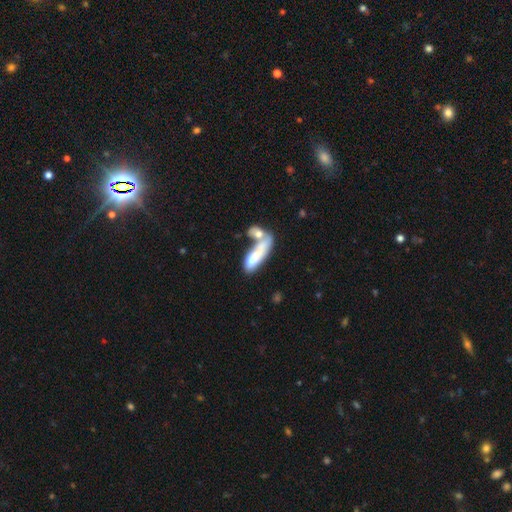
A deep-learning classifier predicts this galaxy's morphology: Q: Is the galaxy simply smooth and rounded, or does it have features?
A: smooth — 69%.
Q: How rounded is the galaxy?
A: in between — 52%.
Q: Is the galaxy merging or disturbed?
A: merger — 58%.